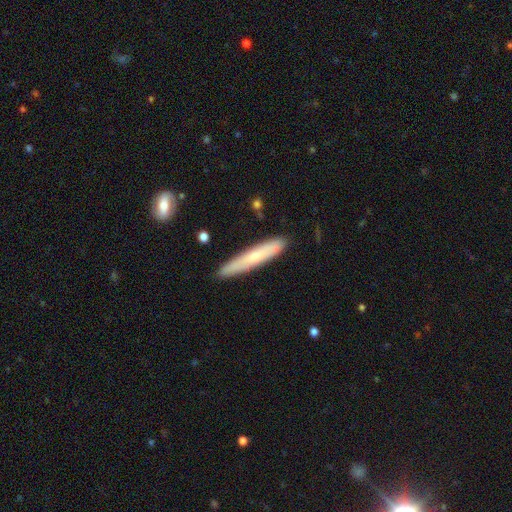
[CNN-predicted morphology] A smooth galaxy with no disk features (61%) that is cigar-shaped (93%).

Vote fractions:
- Smooth or featured? smooth: 61% / featured or disk: 33% / star or artifact: 6%
- How rounded? cigar-shaped: 93% / in between: 6% / round: 1%
- Merging? none: 85% / minor disturbance: 12% / major disturbance: 2% / merger: 2%